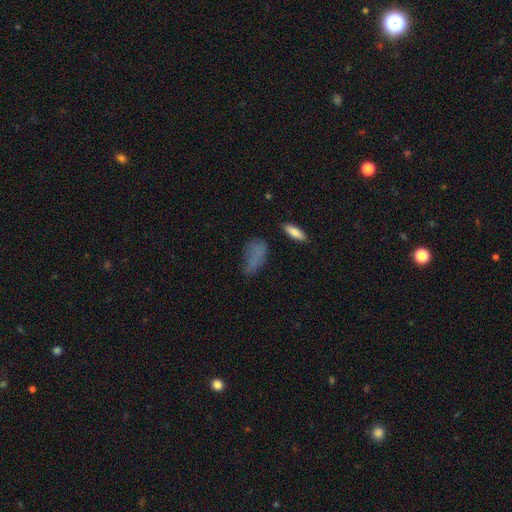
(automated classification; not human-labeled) This appears to be a smooth galaxy with no disk features (70%) that is in between round and cigar-shaped (79%). Merging: none (48%).